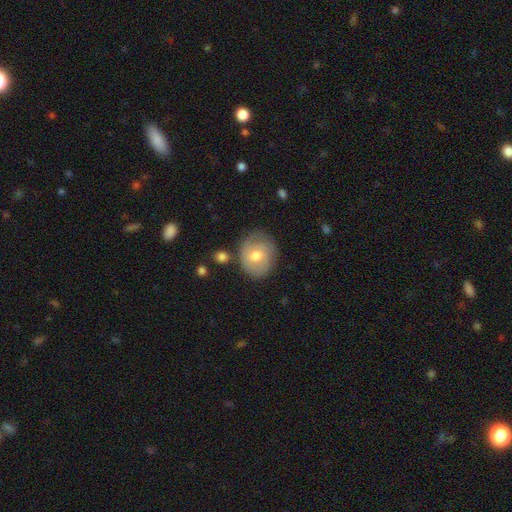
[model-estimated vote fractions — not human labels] Q: Smooth or featured?
A: smooth (63%); runner-up: featured or disk (30%)
Q: How rounded?
A: round (66%); runner-up: in between (33%)
Q: Merging?
A: none (66%); runner-up: minor disturbance (23%)